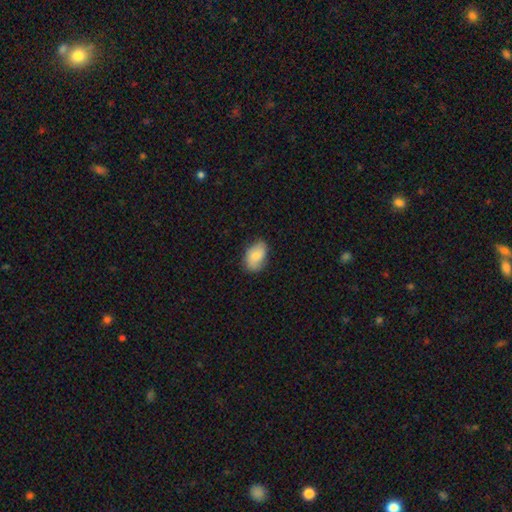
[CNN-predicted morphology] A smooth galaxy with no disk features (74%) that is in between round and cigar-shaped (87%). Merging: none (75%).